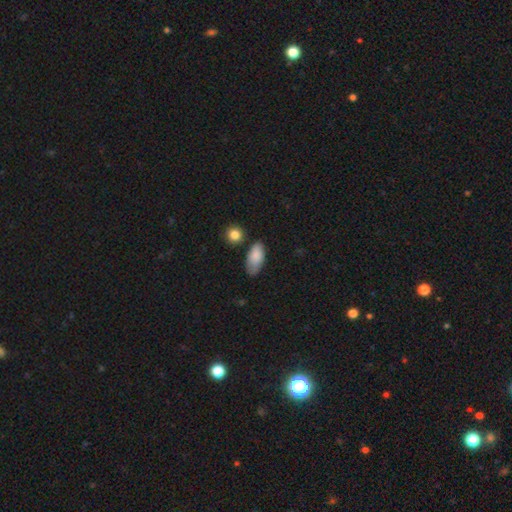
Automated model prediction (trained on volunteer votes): A smooth galaxy with no disk features (84%) that is in between round and cigar-shaped (91%).

Vote fractions:
- Smooth or featured? smooth: 84% / featured or disk: 10% / star or artifact: 6%
- How rounded? in between: 91% / cigar-shaped: 5% / round: 3%
- Merging? none: 62% / minor disturbance: 27% / major disturbance: 6% / merger: 5%